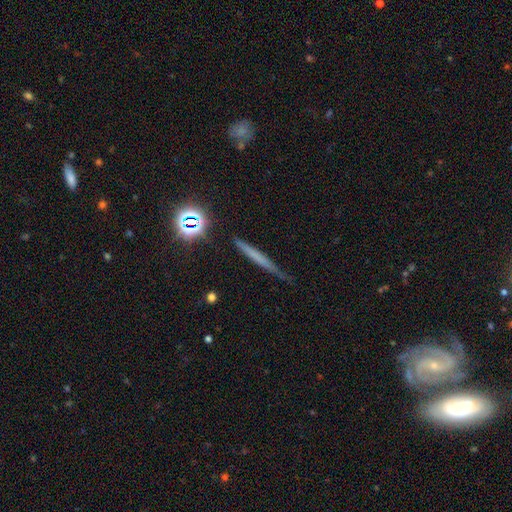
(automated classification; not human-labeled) smooth 48%, featured or disk 36%, star or artifact 16%. Down the decision tree: merging — none (78%).